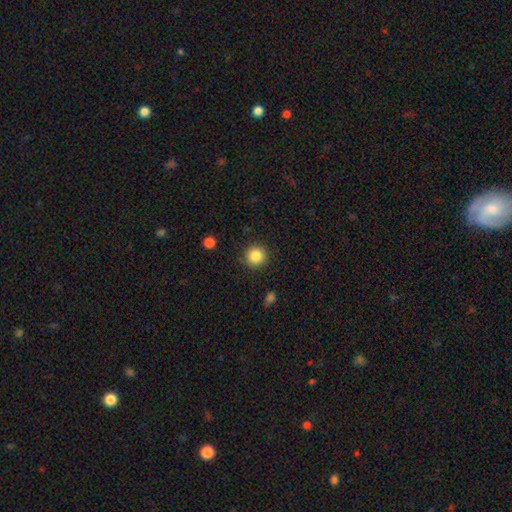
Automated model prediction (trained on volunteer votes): A smooth galaxy with no disk features (85%) that is round (93%).

Vote fractions:
- Smooth or featured? smooth: 85% / star or artifact: 10% / featured or disk: 5%
- How rounded? round: 93% / in between: 6% / cigar-shaped: 1%
- Merging? none: 88% / minor disturbance: 8% / major disturbance: 2% / merger: 1%